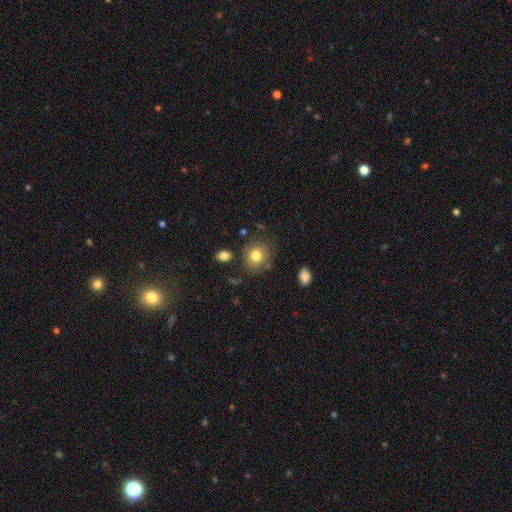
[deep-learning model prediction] smooth 80%, featured or disk 10%, star or artifact 10%. Down the decision tree: how rounded — round (73%); merging — none (75%).